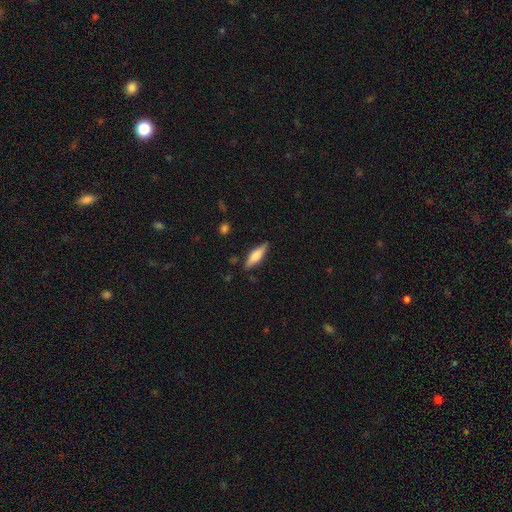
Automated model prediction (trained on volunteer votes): This appears to be a smooth galaxy with no disk features (63%) that is cigar-shaped (56%). Merging: none (83%).